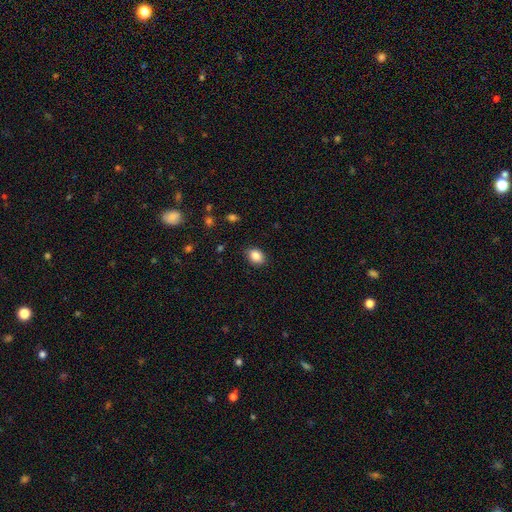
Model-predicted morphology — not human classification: smooth 87%, star or artifact 8%, featured or disk 4%. Down the decision tree: how rounded — in between (73%); merging — none (87%).